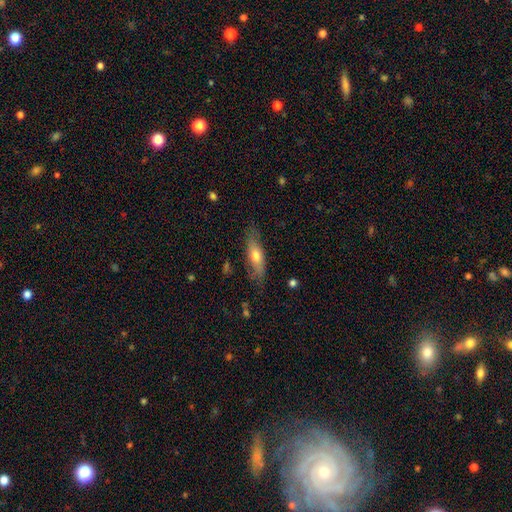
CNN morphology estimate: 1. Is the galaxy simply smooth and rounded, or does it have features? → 62% smooth, 32% featured or disk, 6% star or artifact.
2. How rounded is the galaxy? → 54% in between, 44% cigar-shaped, 3% round.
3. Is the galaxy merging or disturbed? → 74% none, 19% minor disturbance, 5% major disturbance, 2% merger.